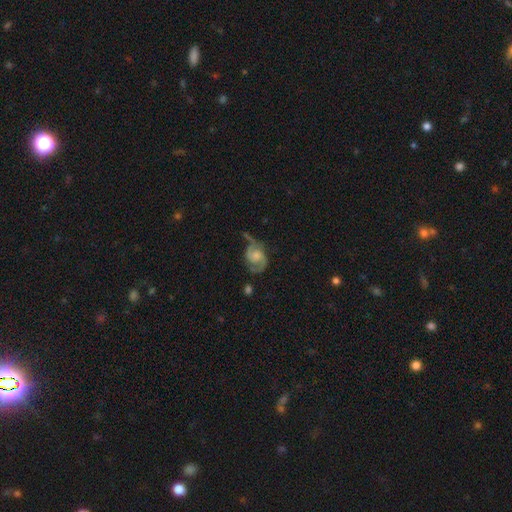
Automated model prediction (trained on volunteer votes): Smooth or featured?
  - featured or disk: 79% *
  - smooth: 14%
  - star or artifact: 7%
Edge-on disk?
  - no: 97% *
  - yes: 3%
Bar?
  - no: 64% *
  - weak: 31%
  - strong: 5%
Spiral arms?
  - yes: 93% *
  - no: 7%
Spiral winding?
  - medium: 49% *
  - loose: 26%
  - tight: 25%
Spiral arm count?
  - 2: 87% *
  - can't tell: 5%
  - 1: 4%
  - 3: 1%
  - 4: 1%
  - more than 4: 1%
Bulge size?
  - moderate: 41% *
  - small: 29%
  - large: 14%
  - none: 13%
  - dominant: 2%
Merging?
  - none: 52% *
  - minor disturbance: 24%
  - major disturbance: 17%
  - merger: 6%